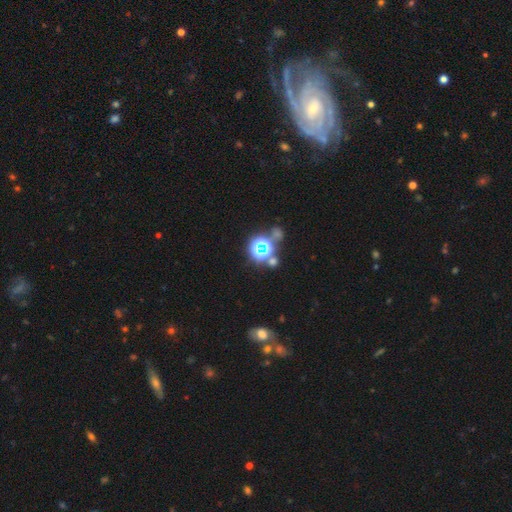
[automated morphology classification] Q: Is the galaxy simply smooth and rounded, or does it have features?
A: star or artifact — 49%.